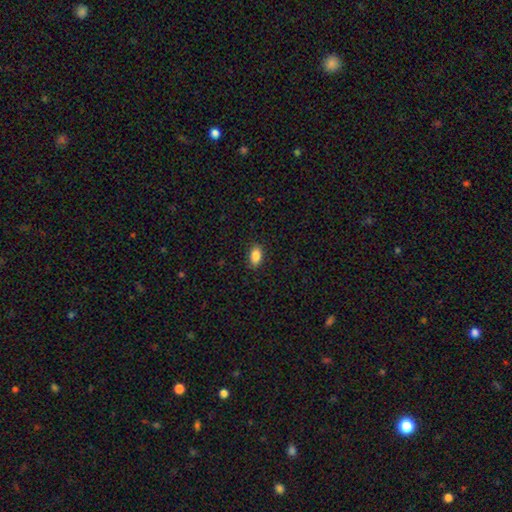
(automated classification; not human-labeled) This is clearly a smooth galaxy (87%). How rounded: clearly in between (90%). Merging: clearly none (88%).